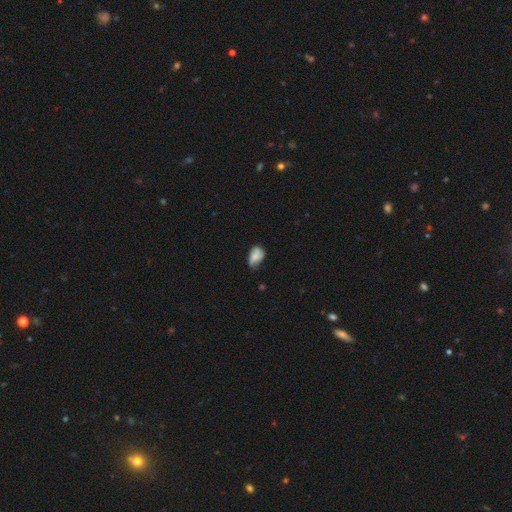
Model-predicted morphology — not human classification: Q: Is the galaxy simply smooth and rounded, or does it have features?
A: smooth — 70%.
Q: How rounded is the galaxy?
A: in between — 83%.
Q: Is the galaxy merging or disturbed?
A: none — 45%.